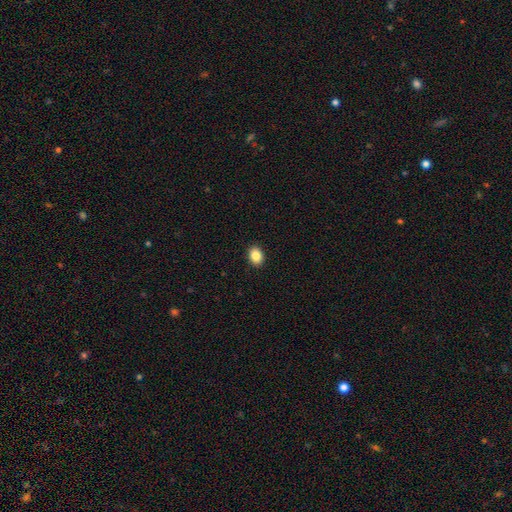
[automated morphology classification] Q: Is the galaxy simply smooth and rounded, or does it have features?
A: smooth — 87%.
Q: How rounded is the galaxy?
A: in between — 68%.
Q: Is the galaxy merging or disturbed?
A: none — 91%.